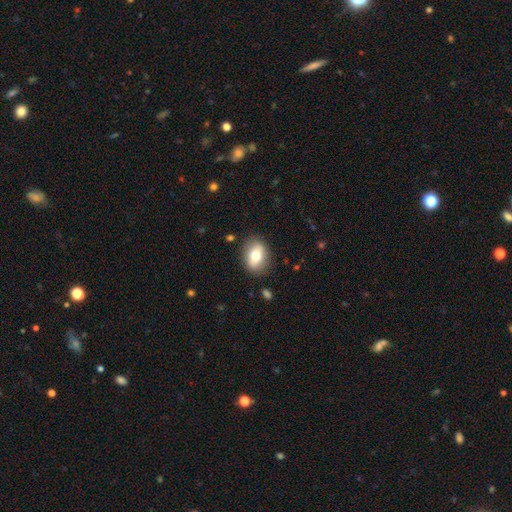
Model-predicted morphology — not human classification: Overall: smooth (71%). How rounded: in between (73%). Merging: none (85%).